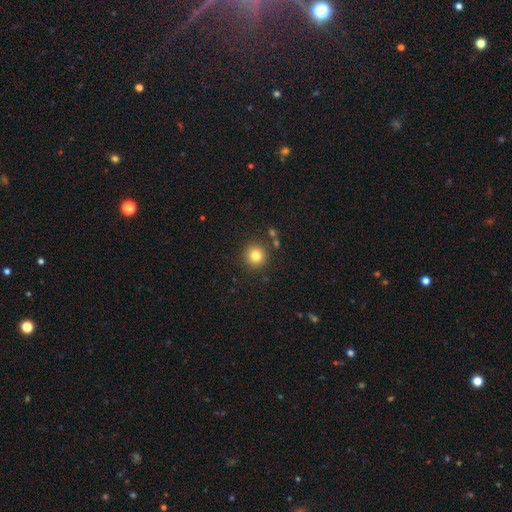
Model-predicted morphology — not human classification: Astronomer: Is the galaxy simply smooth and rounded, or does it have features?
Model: smooth — 81%.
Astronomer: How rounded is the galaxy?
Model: round — 94%.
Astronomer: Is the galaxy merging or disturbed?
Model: none — 87%.